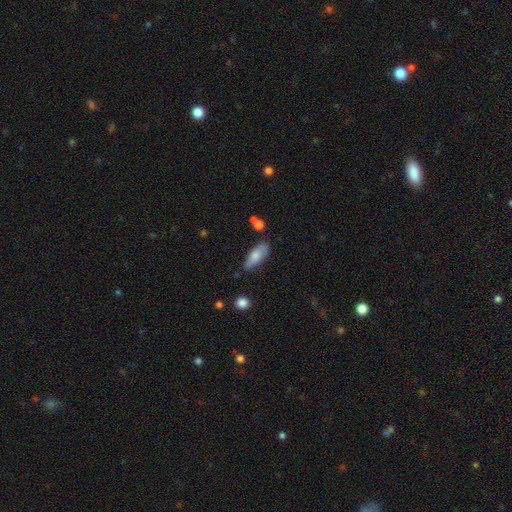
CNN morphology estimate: smooth-or-featured: smooth: 68% | featured or disk: 26% | star or artifact: 7%
  how-rounded: in between: 71% | cigar-shaped: 26% | round: 3%
  merging: none: 67% | minor disturbance: 23% | major disturbance: 5% | merger: 5%